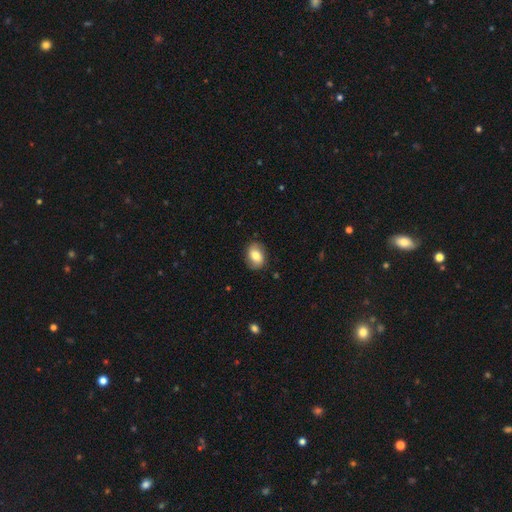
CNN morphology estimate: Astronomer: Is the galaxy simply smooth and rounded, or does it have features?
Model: smooth — 71%.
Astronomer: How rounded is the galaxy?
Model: in between — 71%.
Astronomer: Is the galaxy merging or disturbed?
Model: none — 83%.